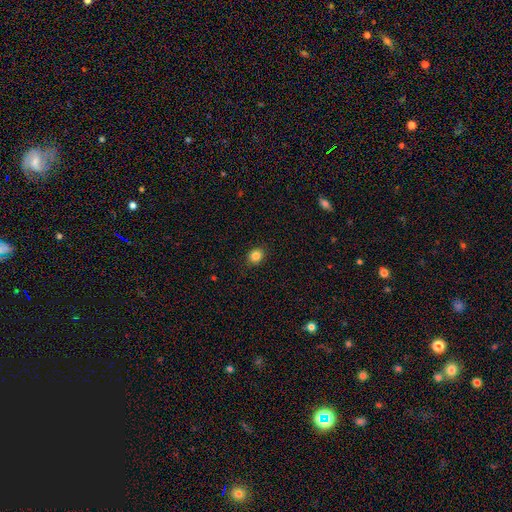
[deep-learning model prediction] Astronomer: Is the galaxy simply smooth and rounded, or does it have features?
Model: smooth — 84%.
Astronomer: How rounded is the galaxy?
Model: round — 67%.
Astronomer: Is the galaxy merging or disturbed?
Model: none — 89%.